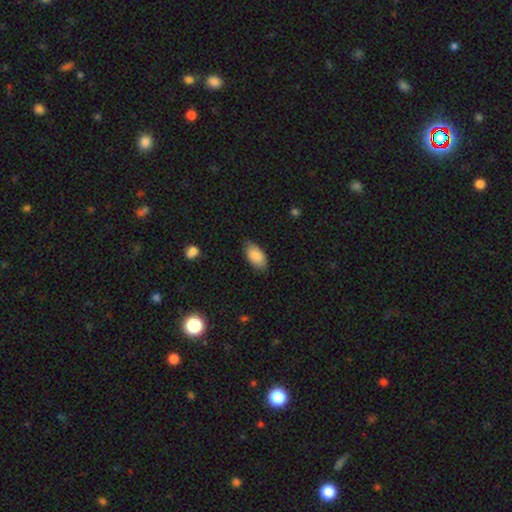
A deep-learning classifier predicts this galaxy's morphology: Smooth or featured? Predicted: smooth (p=0.88). How rounded? Predicted: in between (p=0.94). Merging? Predicted: none (p=0.77).